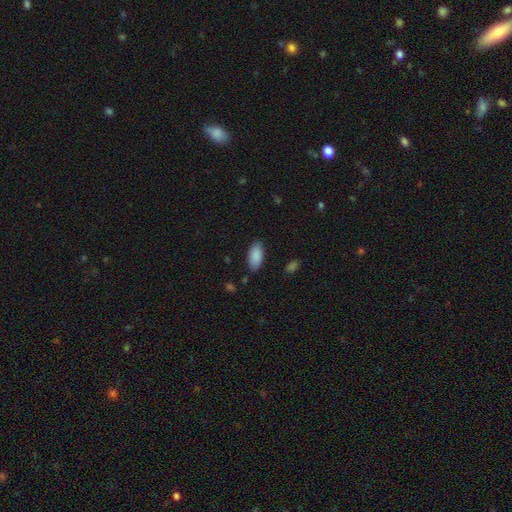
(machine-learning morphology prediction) Smooth or featured: smooth — 89% (star or artifact — 6%)
How rounded: in between — 92% (cigar-shaped — 6%)
Merging: none — 85% (minor disturbance — 11%)